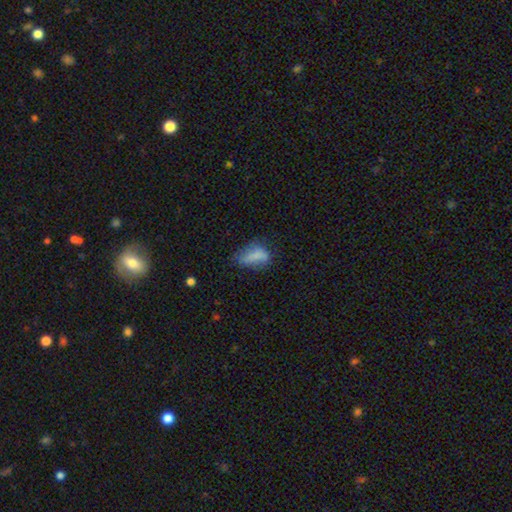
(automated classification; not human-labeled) Overall: smooth (74%). How rounded: in between (85%). Merging: none (39%; minor disturbance 33%).